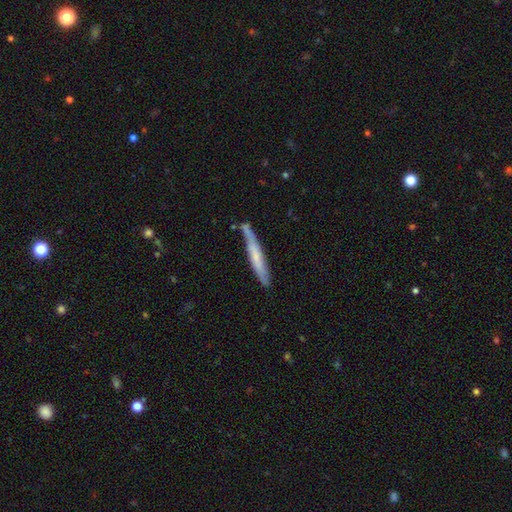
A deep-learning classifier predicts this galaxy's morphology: Smooth or featured: smooth — 53% (featured or disk — 41%)
How rounded: cigar-shaped — 96% (in between — 3%)
Merging: none — 76% (minor disturbance — 17%)